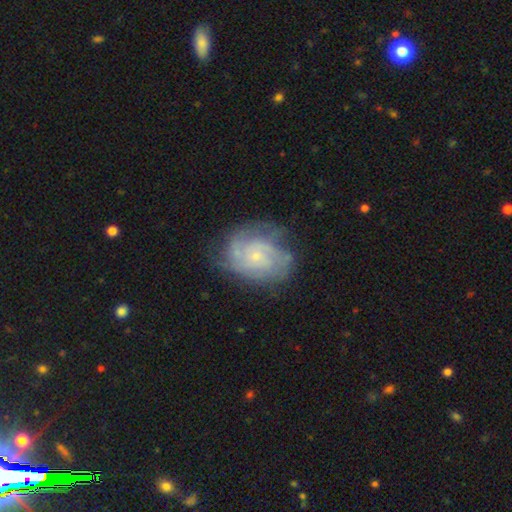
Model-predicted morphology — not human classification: smooth-or-featured: featured or disk: 73% | smooth: 19% | star or artifact: 7%
  disk-edge-on: no: 98% | yes: 2%
    bar: no: 76% | weak: 21% | strong: 3%
    has-spiral-arms: yes: 89% | no: 11%
      spiral-winding: tight: 54% | medium: 35% | loose: 11%
      spiral-arm-count: can't tell: 40% | 2: 23% | 3: 18% | 4: 9% | 1: 5% | more than 4: 5%
    bulge-size: small: 77% | moderate: 17% | none: 4% | large: 1% | dominant: 1%
  merging: none: 66% | minor disturbance: 22% | major disturbance: 10% | merger: 2%